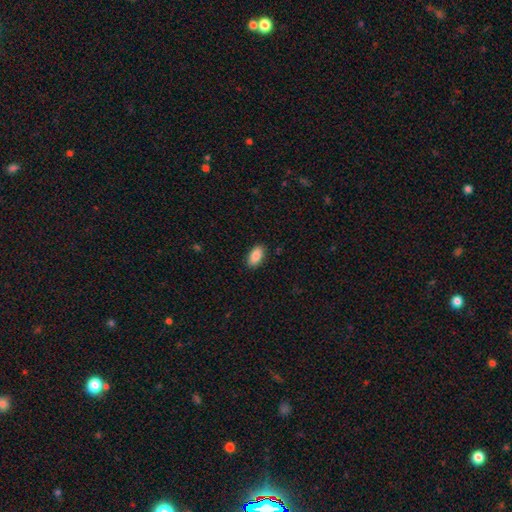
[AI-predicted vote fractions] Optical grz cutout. It shows a smooth galaxy with no disk features (88%) that is in between round and cigar-shaped (93%). Merging: none (89%).